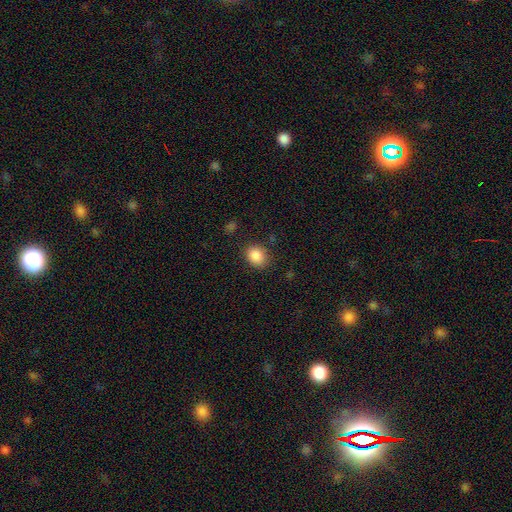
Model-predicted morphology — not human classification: smooth-or-featured: smooth: 88% | star or artifact: 9% | featured or disk: 4%
  how-rounded: round: 55% | in between: 44% | cigar-shaped: 1%
  merging: none: 84% | minor disturbance: 11% | major disturbance: 4% | merger: 2%